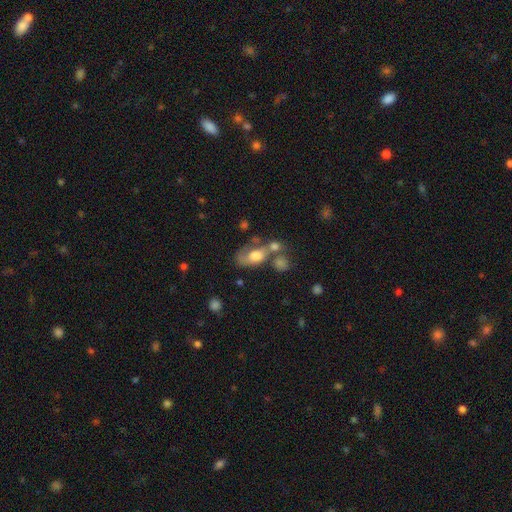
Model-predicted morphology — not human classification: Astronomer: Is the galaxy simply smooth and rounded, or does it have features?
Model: smooth — 55% (runner-up: featured or disk, 36%).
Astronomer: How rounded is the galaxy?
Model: in between — 83%.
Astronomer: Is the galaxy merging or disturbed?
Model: merger — 35% (runner-up: none, 28%).